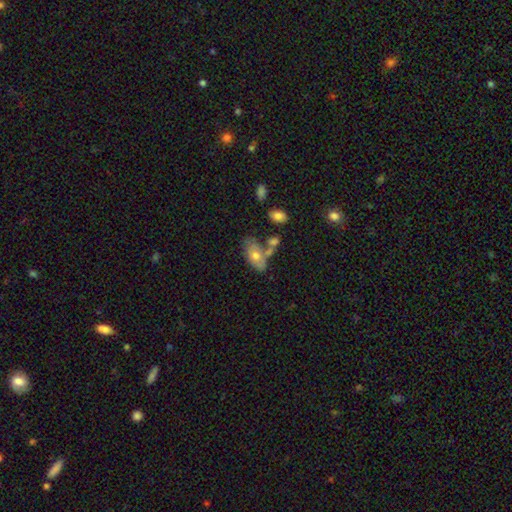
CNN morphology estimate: smooth_or_featured: smooth (p=0.64) [alt: featured or disk p=0.29]
how_rounded: in between (p=0.90) [alt: round p=0.05]
merging: none (p=0.47) [alt: merger p=0.25]